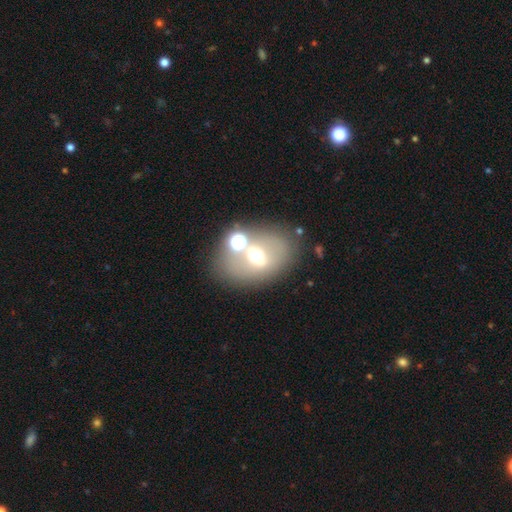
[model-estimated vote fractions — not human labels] A smooth galaxy with no disk features (45%). Merging: none (64%).